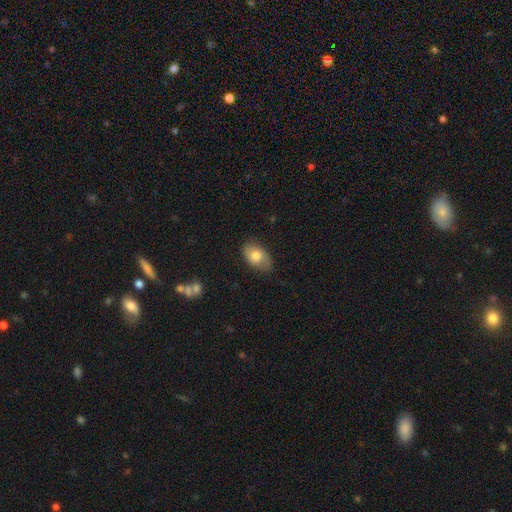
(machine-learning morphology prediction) A smooth galaxy with no disk features (74%) that is in between round and cigar-shaped (88%).

Vote fractions:
- Smooth or featured? smooth: 74% / featured or disk: 19% / star or artifact: 7%
- How rounded? in between: 88% / round: 11% / cigar-shaped: 1%
- Merging? none: 72% / minor disturbance: 22% / major disturbance: 4% / merger: 1%